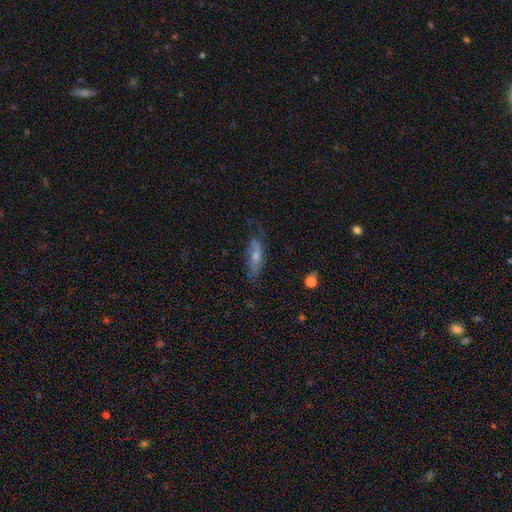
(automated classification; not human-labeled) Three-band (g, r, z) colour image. It shows a smooth galaxy with no disk features (49%). Merging: none (57%).